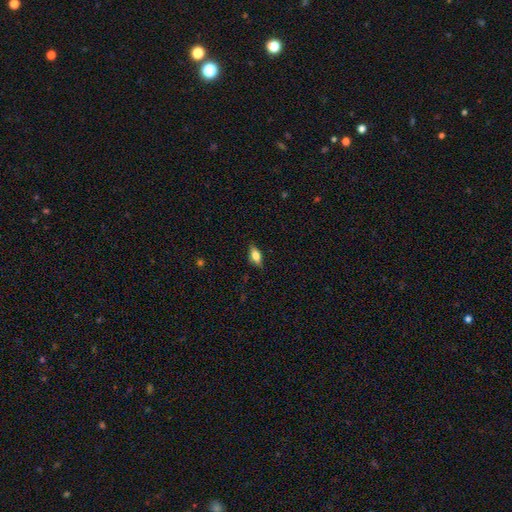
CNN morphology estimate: type=smooth (66%); roundness=in between (78%); merging=none (84%).